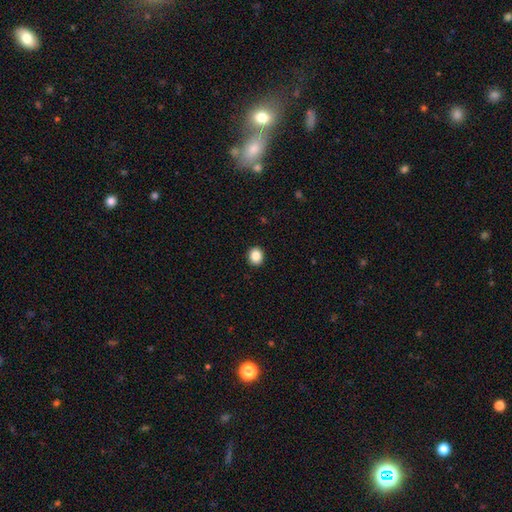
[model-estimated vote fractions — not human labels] Smooth or featured?
  - smooth: 86% *
  - star or artifact: 10%
  - featured or disk: 5%
How rounded?
  - round: 81% *
  - in between: 18%
  - cigar-shaped: 1%
Merging?
  - none: 92% *
  - minor disturbance: 5%
  - major disturbance: 2%
  - merger: 1%